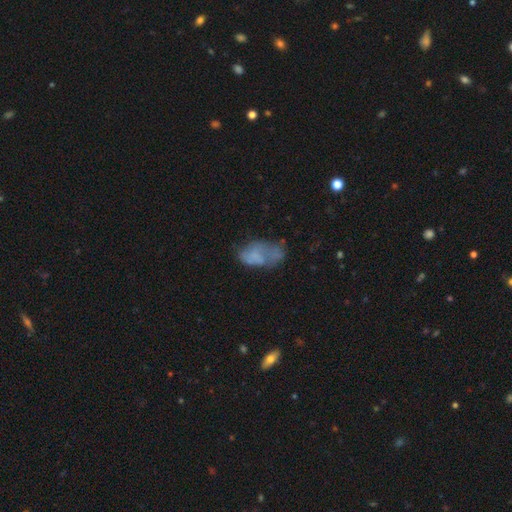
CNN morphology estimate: Smooth or featured? Predicted: smooth (p=0.54). How rounded? Predicted: in between (p=0.92). Merging? Predicted: none (p=0.34).